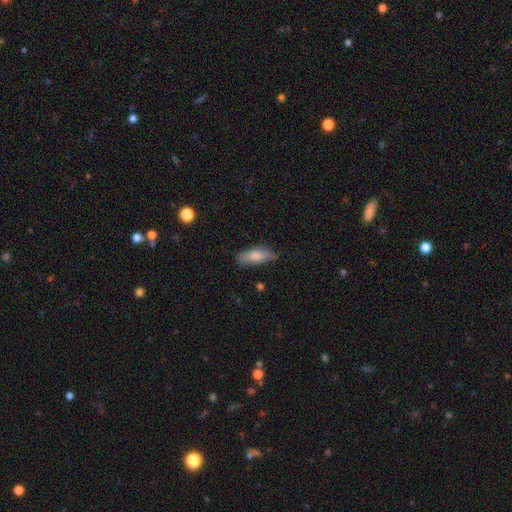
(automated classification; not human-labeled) smooth 80%, featured or disk 14%, star or artifact 6%. Down the decision tree: how rounded — in between (64%); merging — none (71%).